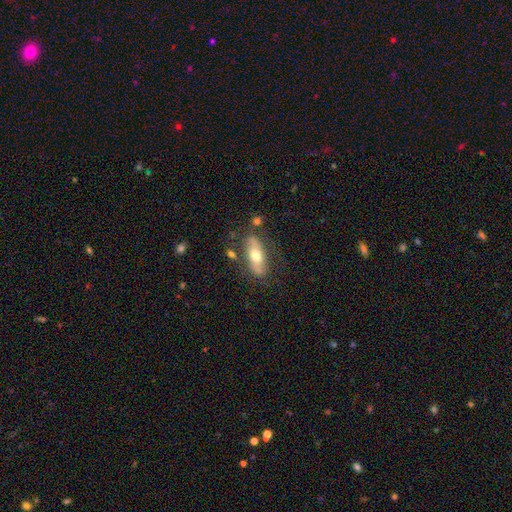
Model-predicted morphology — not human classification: Smooth or featured? smooth (51%)
How rounded? in between (71%)
Merging? none (72%)